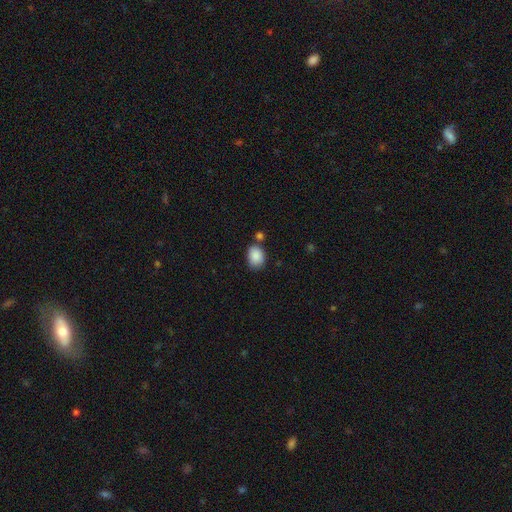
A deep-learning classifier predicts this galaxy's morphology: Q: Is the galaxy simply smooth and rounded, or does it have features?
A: smooth — 88%.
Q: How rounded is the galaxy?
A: in between — 67%.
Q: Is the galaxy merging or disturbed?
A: none — 65%.